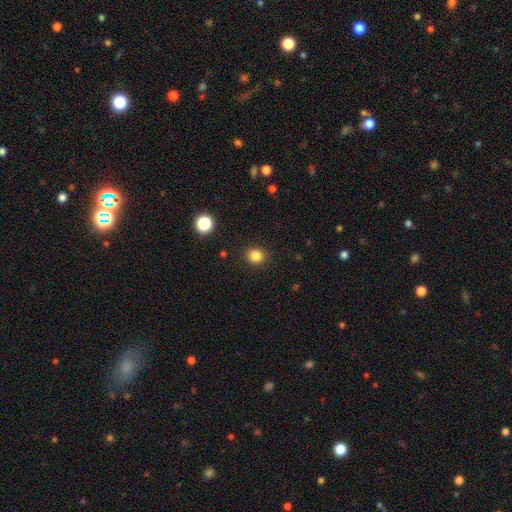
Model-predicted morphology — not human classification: This appears to be a smooth galaxy with no disk features (83%) that is round (87%). Merging: none (91%).